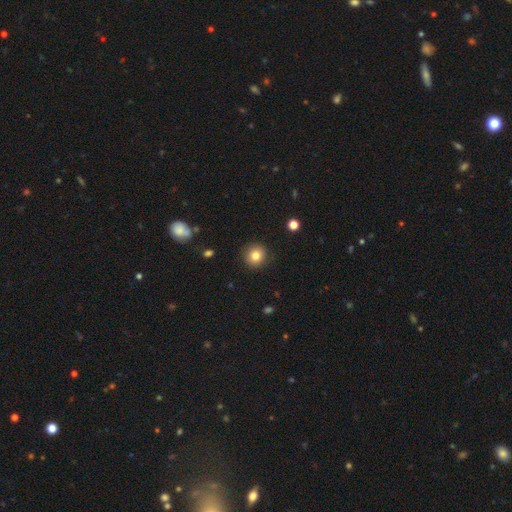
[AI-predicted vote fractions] A smooth galaxy with no disk features (81%) that is round (92%). Merging: none (90%).